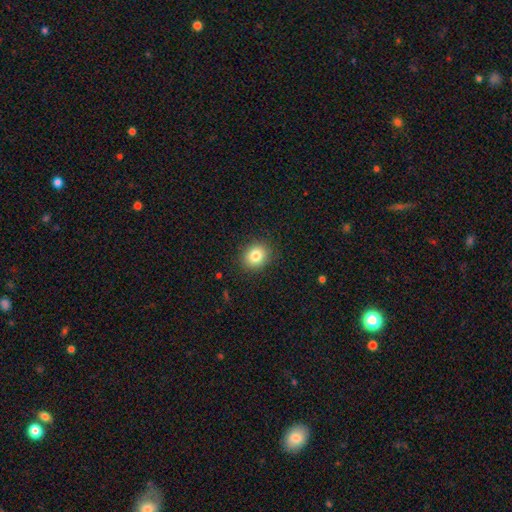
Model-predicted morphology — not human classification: smooth-or-featured: smooth: 83% | star or artifact: 10% | featured or disk: 7%
  how-rounded: round: 65% | in between: 34% | cigar-shaped: 1%
  merging: none: 89% | minor disturbance: 8% | major disturbance: 2% | merger: 1%